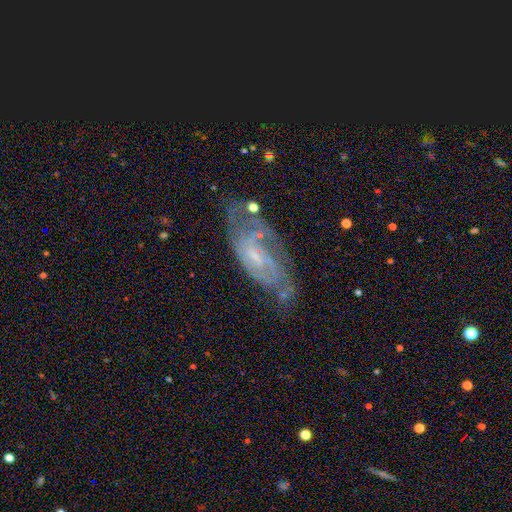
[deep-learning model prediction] Morphology: type=featured or disk (76%); edge-on=no (92%); bar=no (49%); spiral arms=yes (88%); winding=tight (52%); arm count=can't tell (39%); bulge=small (63%); merging=none (58%).